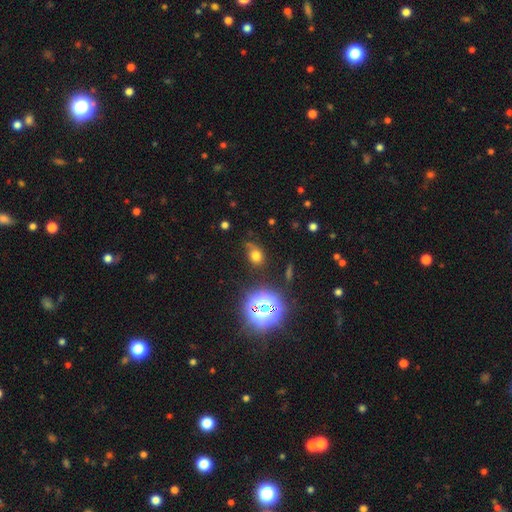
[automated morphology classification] Smooth or featured: smooth — 67% (star or artifact — 23%)
How rounded: in between — 52% (round — 46%)
Merging: none — 56% (minor disturbance — 28%)